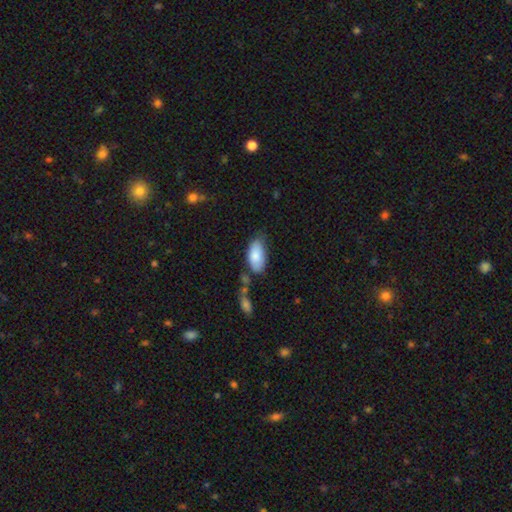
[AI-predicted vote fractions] A smooth galaxy with no disk features (83%) that is in between round and cigar-shaped (93%). Merging: none (59%).